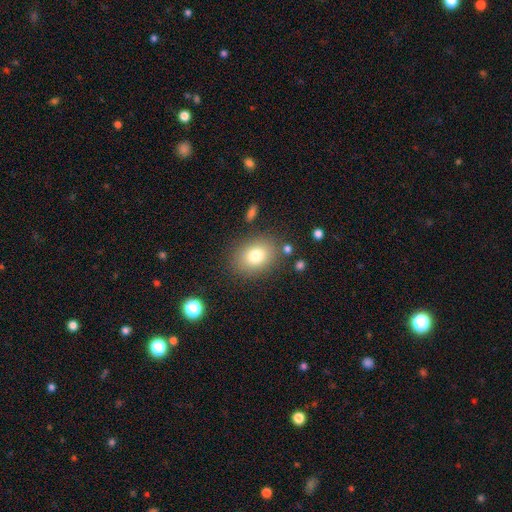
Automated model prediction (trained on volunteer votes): smooth 79%, featured or disk 11%, star or artifact 10%. Down the decision tree: how rounded — in between (60%); merging — none (82%).